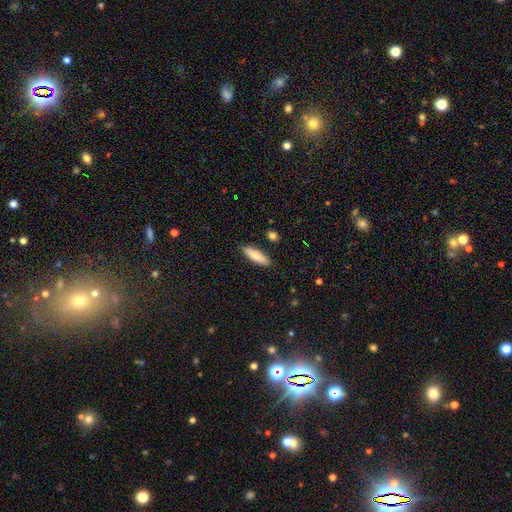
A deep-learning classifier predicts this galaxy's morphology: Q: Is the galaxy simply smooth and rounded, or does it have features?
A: smooth — 80%.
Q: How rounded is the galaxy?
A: cigar-shaped — 53%.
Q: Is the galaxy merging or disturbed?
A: none — 87%.